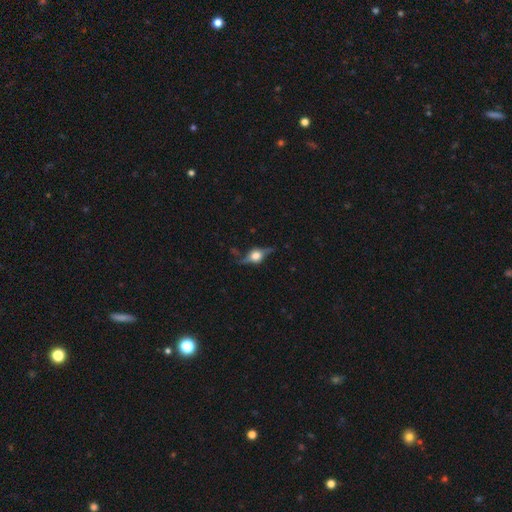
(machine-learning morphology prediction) Q: Smooth or featured?
A: featured or disk (79%); runner-up: smooth (13%)
Q: Edge-on disk?
A: yes (91%); runner-up: no (9%)
Q: Edge-on bulge?
A: rounded (94%); runner-up: boxy (5%)
Q: Merging?
A: none (78%); runner-up: minor disturbance (15%)